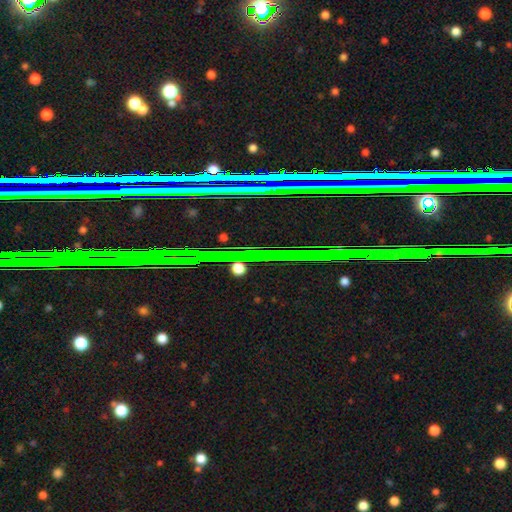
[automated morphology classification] Smooth or featured? Predicted: star or artifact (p=0.75).